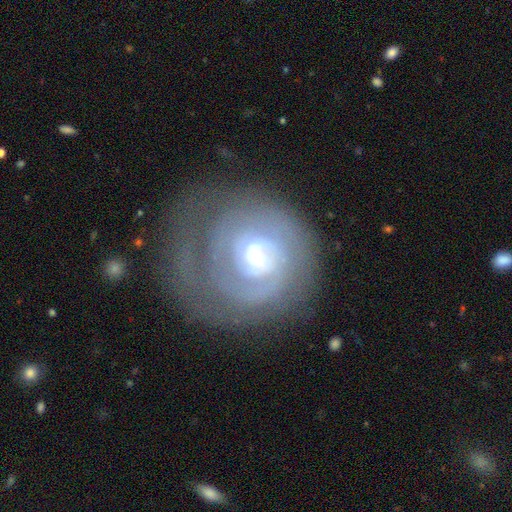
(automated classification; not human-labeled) Smooth or featured: featured or disk — 81% (smooth — 13%)
Edge-on disk: no — 97% (yes — 3%)
Bar: weak — 48% (no — 34%)
Spiral arms: yes — 89% (no — 11%)
Spiral winding: tight — 77% (medium — 17%)
Spiral arm count: can't tell — 40% (2 — 28%)
Bulge size: moderate — 64% (small — 27%)
Merging: none — 67% (minor disturbance — 18%)